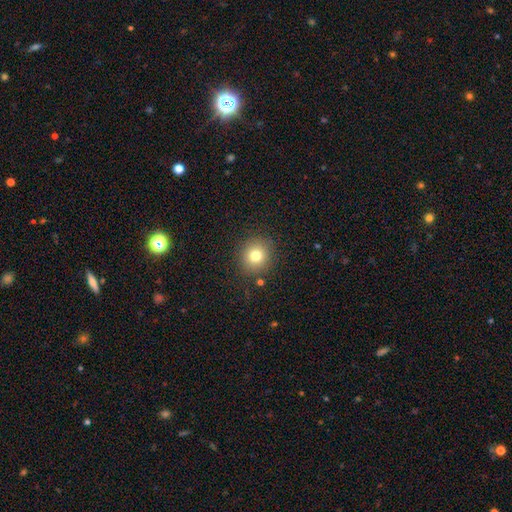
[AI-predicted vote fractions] smooth 77%, star or artifact 13%, featured or disk 10%. Down the decision tree: how rounded — round (88%); merging — none (87%).